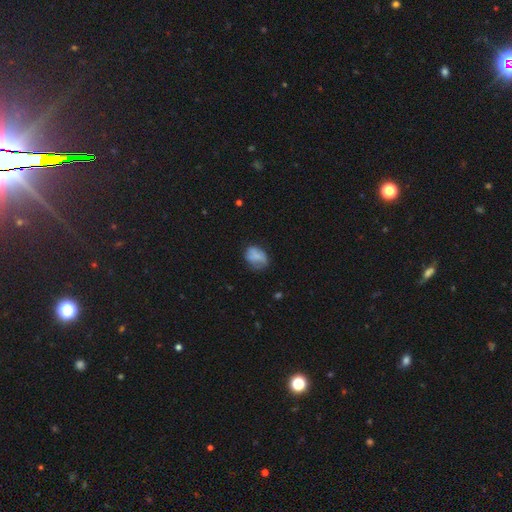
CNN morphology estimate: Smooth or featured? smooth (72%)
How rounded? in between (70%)
Merging? none (53%)